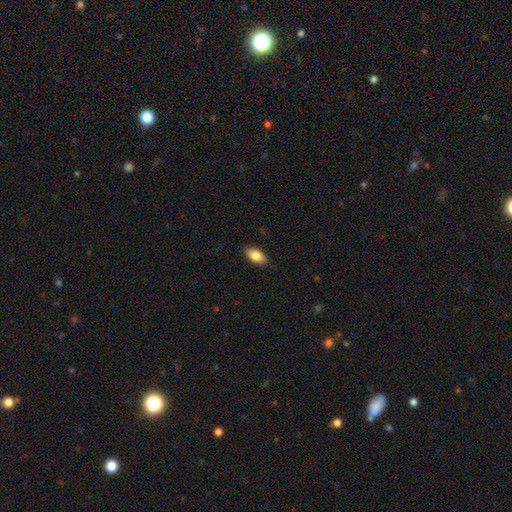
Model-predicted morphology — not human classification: Smooth or featured: smooth — 85% (featured or disk — 8%)
How rounded: in between — 93% (round — 4%)
Merging: none — 88% (minor disturbance — 9%)